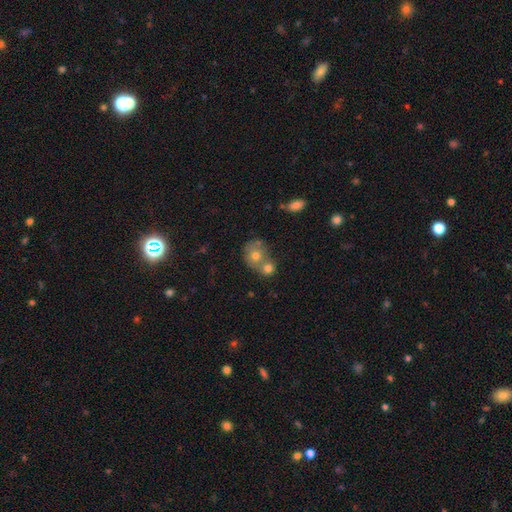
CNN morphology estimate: smooth 69%, featured or disk 21%, star or artifact 10%. Down the decision tree: how rounded — round (69%); merging — merger (59%).